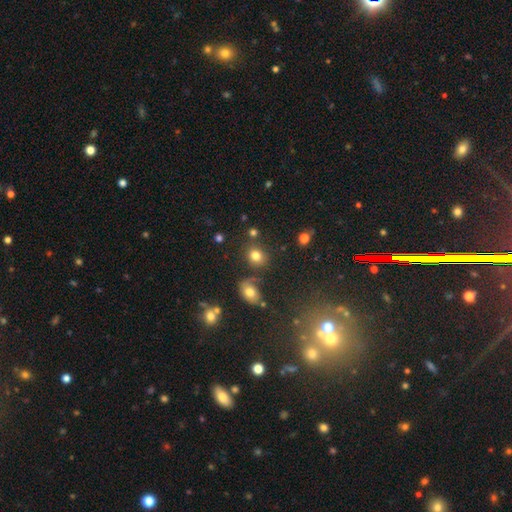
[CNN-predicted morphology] Smooth or featured: smooth — 79% (star or artifact — 14%)
How rounded: round — 65% (in between — 34%)
Merging: none — 74% (minor disturbance — 12%)